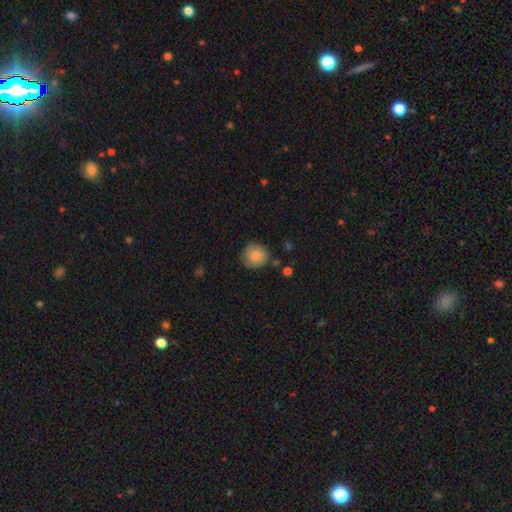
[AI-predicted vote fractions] smooth 79%, featured or disk 13%, star or artifact 7%. Down the decision tree: how rounded — round (87%); merging — none (74%).